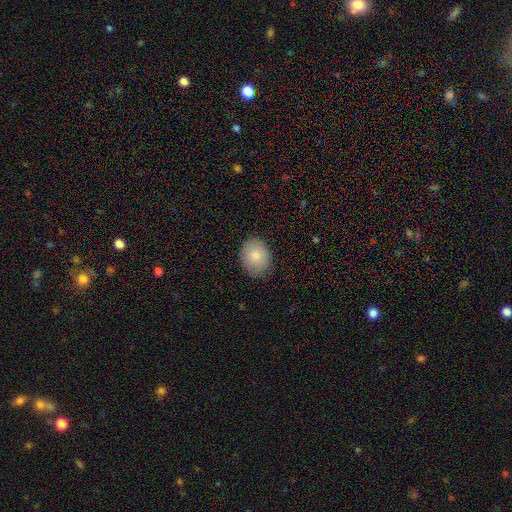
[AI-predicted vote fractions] smooth-or-featured: smooth: 79% | featured or disk: 13% | star or artifact: 8%
  how-rounded: in between: 55% | round: 45% | cigar-shaped: 1%
  merging: none: 84% | minor disturbance: 12% | major disturbance: 3% | merger: 1%